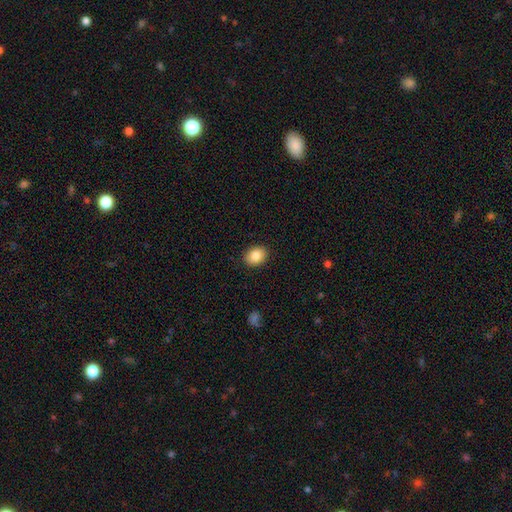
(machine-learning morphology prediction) A smooth galaxy with no disk features (85%) that is in between round and cigar-shaped (59%).

Vote fractions:
- Smooth or featured? smooth: 85% / star or artifact: 8% / featured or disk: 7%
- How rounded? in between: 59% / round: 40% / cigar-shaped: 1%
- Merging? none: 90% / minor disturbance: 7% / major disturbance: 2% / merger: 1%